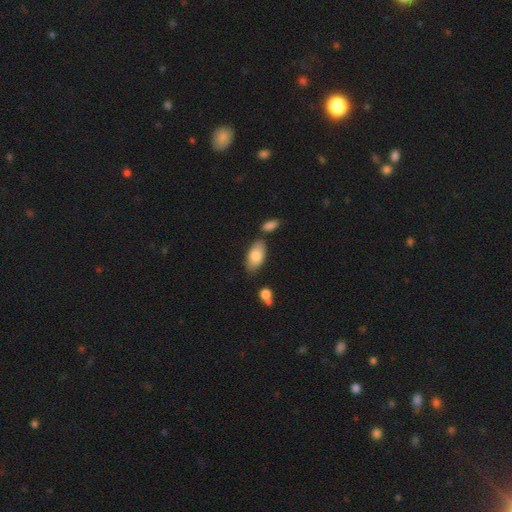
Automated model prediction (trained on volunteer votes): Overall: smooth (81%). How rounded: in between (93%). Merging: none (73%).